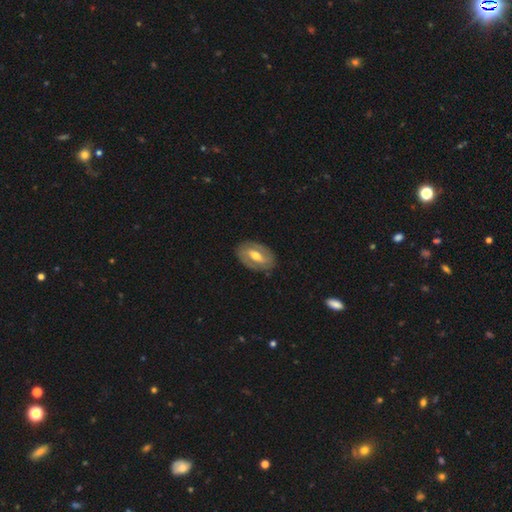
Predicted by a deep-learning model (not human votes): A featured or disk galaxy (66%) with a strong bar (45%), spiral arms (52%) and a moderate central bulge (71%).

Vote fractions:
- Smooth or featured? featured or disk: 66% / smooth: 29% / star or artifact: 5%
- Edge-on disk? no: 91% / yes: 9%
- Bar? strong: 45% / weak: 36% / no: 19%
- Spiral arms? yes: 52% / no: 48%
- Bulge size? moderate: 71% / small: 18% / large: 9% / none: 1% / dominant: 1%
- Merging? none: 85% / minor disturbance: 11% / major disturbance: 4% / merger: 1%